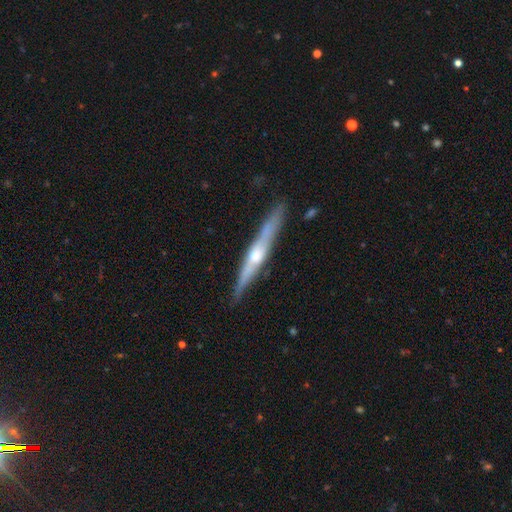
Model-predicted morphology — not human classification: This is likely a featured or disk galaxy (75%). It is clearly viewed edge-on (97%). Edge-on bulge: clearly rounded (81%). Merging: clearly none (87%).